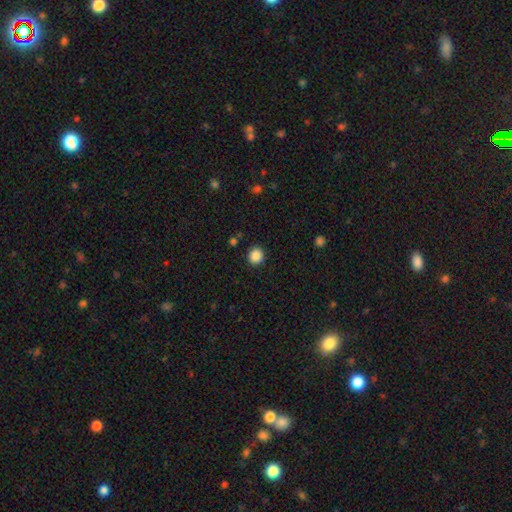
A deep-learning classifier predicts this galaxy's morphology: type=smooth (86%); roundness=round (87%); merging=none (90%).